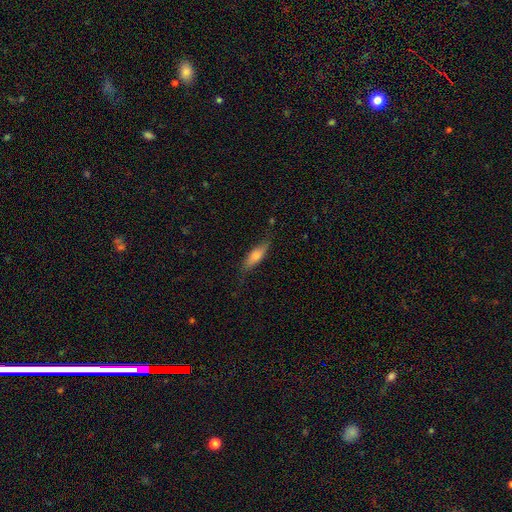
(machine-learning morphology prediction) This is likely a smooth galaxy (67%). How rounded: possibly cigar-shaped (49%, tied with in between). Merging: likely none (72%).